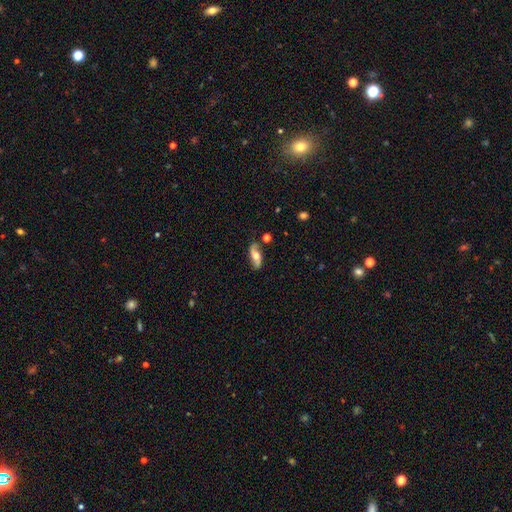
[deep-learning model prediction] smooth_or_featured: featured or disk (p=0.65) [alt: smooth p=0.29]
disk_edge_on: no (p=0.83) [alt: yes p=0.17]
bar: no (p=0.61) [alt: weak p=0.27]
has_spiral_arms: yes (p=0.88) [alt: no p=0.12]
bulge_size: moderate (p=0.64) [alt: large p=0.19]
merging: none (p=0.76) [alt: minor disturbance p=0.16]